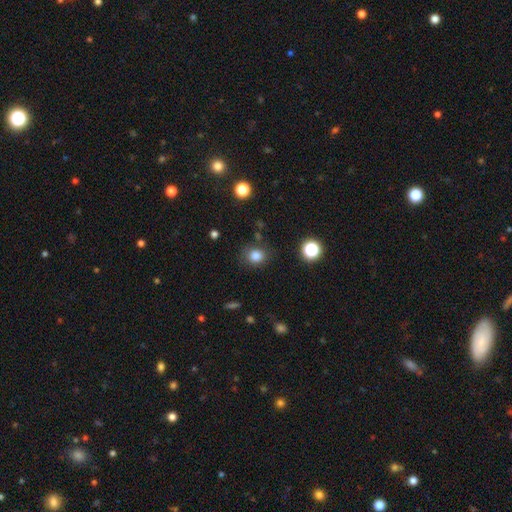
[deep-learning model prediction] Q: Smooth or featured?
A: smooth (81%); runner-up: star or artifact (13%)
Q: How rounded?
A: round (71%); runner-up: in between (28%)
Q: Merging?
A: none (80%); runner-up: minor disturbance (13%)